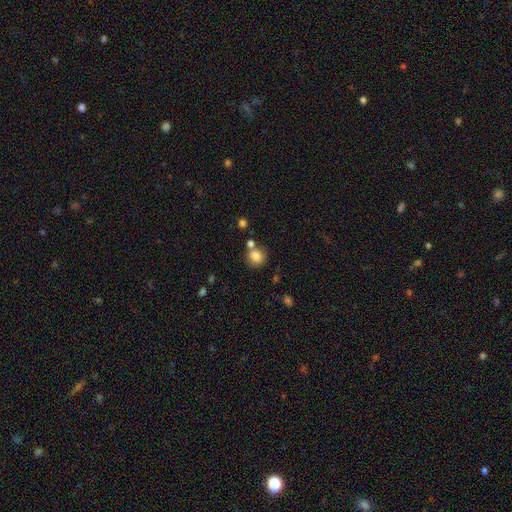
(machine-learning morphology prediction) Smooth or featured? smooth (82%)
How rounded? round (84%)
Merging? none (67%)